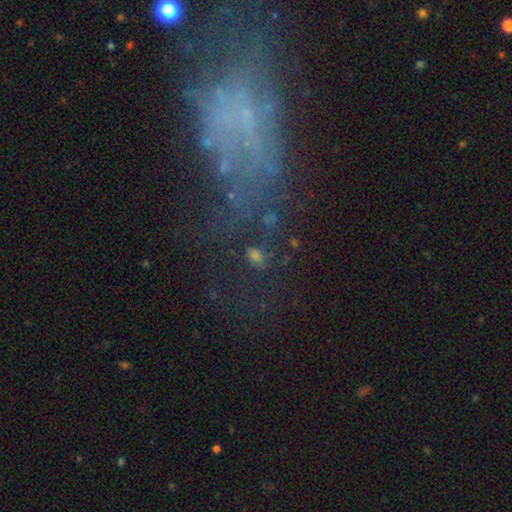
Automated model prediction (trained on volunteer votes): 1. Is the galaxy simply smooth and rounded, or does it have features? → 56% smooth, 29% star or artifact, 15% featured or disk.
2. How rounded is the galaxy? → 75% in between, 22% round, 4% cigar-shaped.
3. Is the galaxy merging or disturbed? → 63% none, 17% minor disturbance, 12% major disturbance, 7% merger.